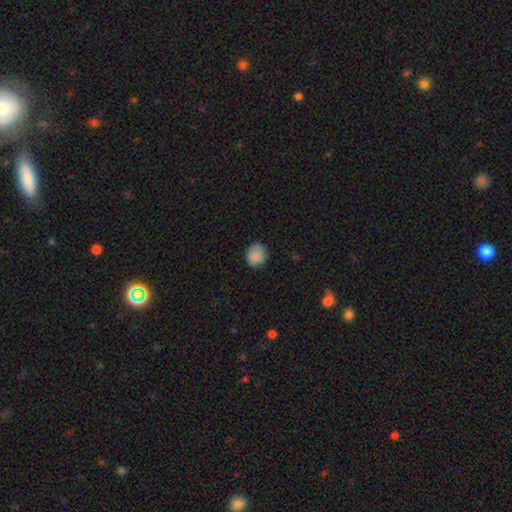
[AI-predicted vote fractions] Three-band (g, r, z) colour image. It shows a smooth galaxy with no disk features (88%) that is round (82%). Merging: none (86%).